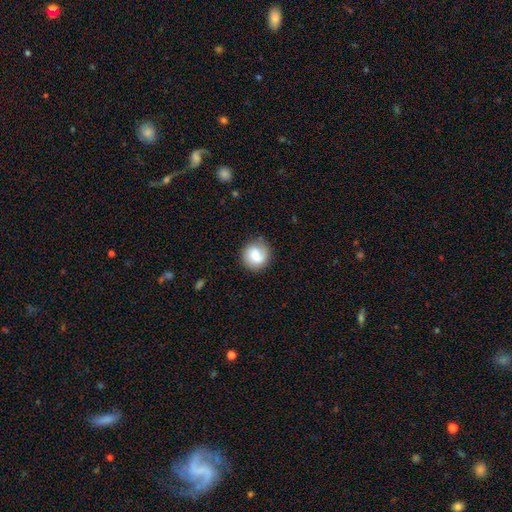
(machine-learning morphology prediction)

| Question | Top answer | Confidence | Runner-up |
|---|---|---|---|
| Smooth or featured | smooth | 74% | featured or disk (18%) |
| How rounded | round | 87% | in between (12%) |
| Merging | none | 79% | minor disturbance (15%) |